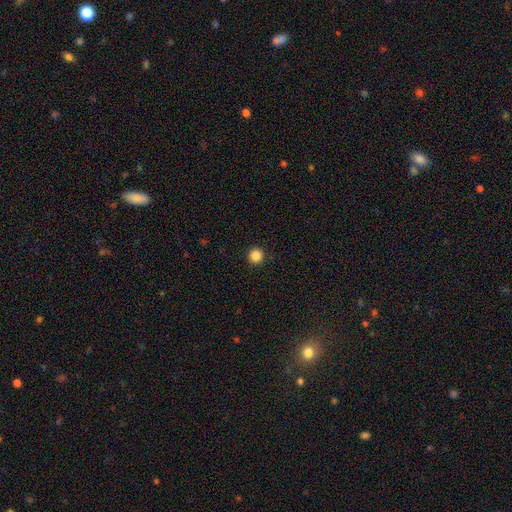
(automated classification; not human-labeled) smooth 86%, star or artifact 11%, featured or disk 3%. Down the decision tree: how rounded — round (96%); merging — none (93%).